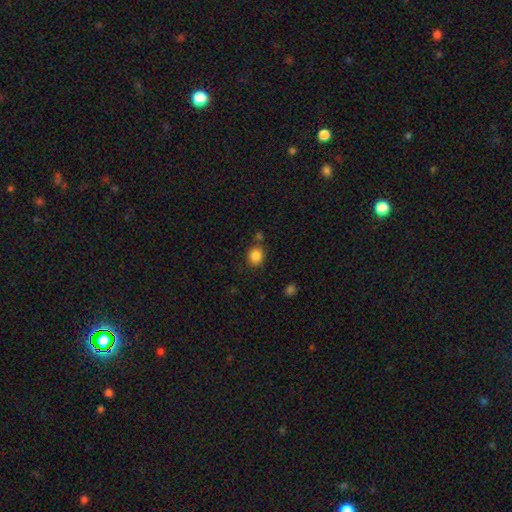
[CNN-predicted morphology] A smooth galaxy with no disk features (86%) that is round (74%). Merging: none (77%).